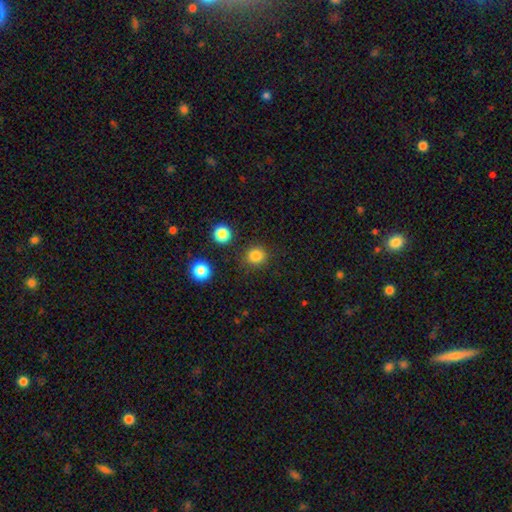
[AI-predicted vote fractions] smooth-or-featured: smooth: 83% | star or artifact: 13% | featured or disk: 4%
  how-rounded: round: 90% | in between: 9% | cigar-shaped: 1%
  merging: none: 86% | minor disturbance: 8% | major disturbance: 3% | merger: 3%